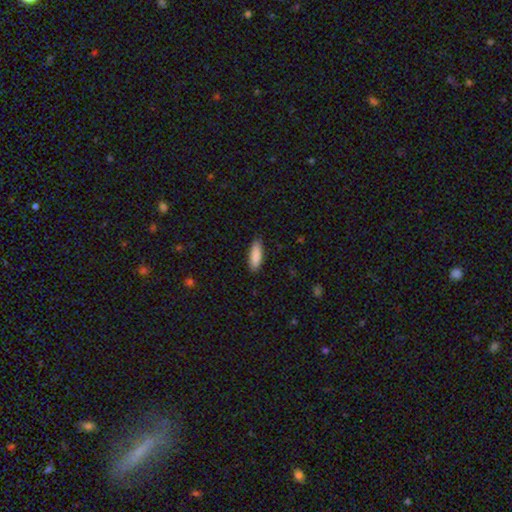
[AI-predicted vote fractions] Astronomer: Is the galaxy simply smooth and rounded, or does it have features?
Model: smooth — 89%.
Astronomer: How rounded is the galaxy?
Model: in between — 56% (runner-up: cigar-shaped, 43%).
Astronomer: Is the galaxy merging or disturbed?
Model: none — 87%.